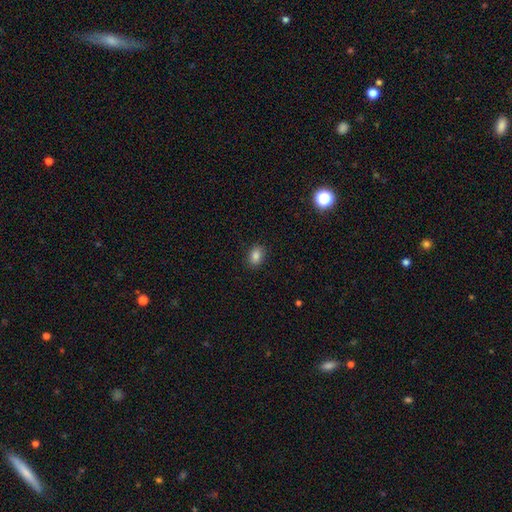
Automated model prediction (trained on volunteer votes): Overall: smooth (85%). How rounded: in between (75%). Merging: none (89%).